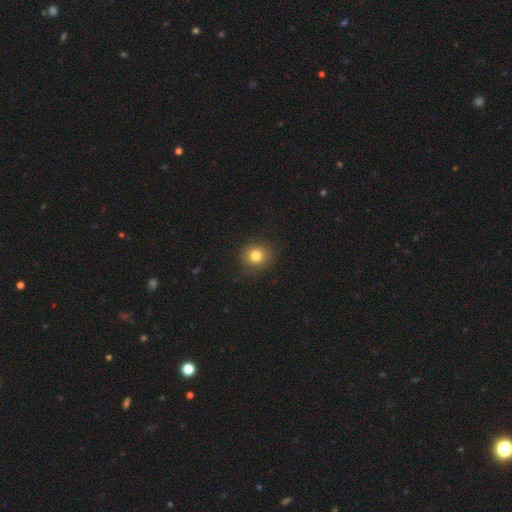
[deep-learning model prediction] A smooth galaxy with no disk features (81%) that is round (86%).

Vote fractions:
- Smooth or featured? smooth: 81% / star or artifact: 12% / featured or disk: 7%
- How rounded? round: 86% / in between: 14% / cigar-shaped: 1%
- Merging? none: 88% / minor disturbance: 8% / major disturbance: 3% / merger: 1%